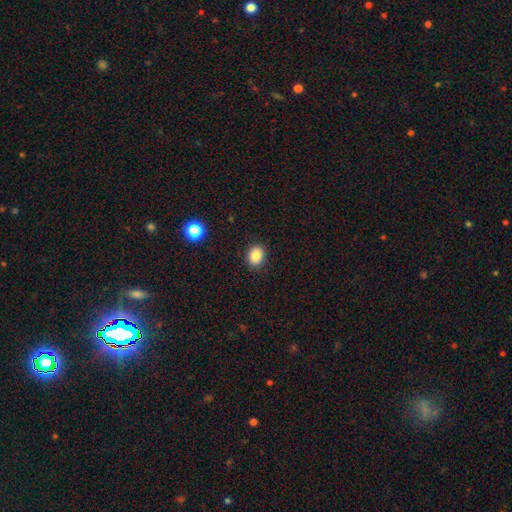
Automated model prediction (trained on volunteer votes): Smooth or featured?
  - smooth: 85% *
  - star or artifact: 10%
  - featured or disk: 5%
How rounded?
  - round: 58% *
  - in between: 41%
  - cigar-shaped: 1%
Merging?
  - none: 89% *
  - minor disturbance: 7%
  - major disturbance: 2%
  - merger: 1%